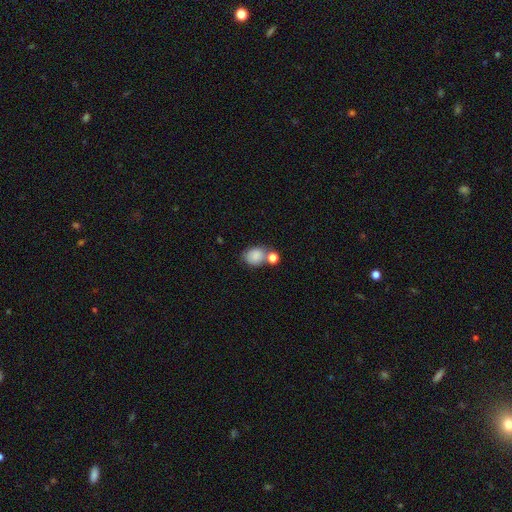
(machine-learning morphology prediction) Smooth or featured? smooth (83%)
How rounded? round (54%)
Merging? none (48%)